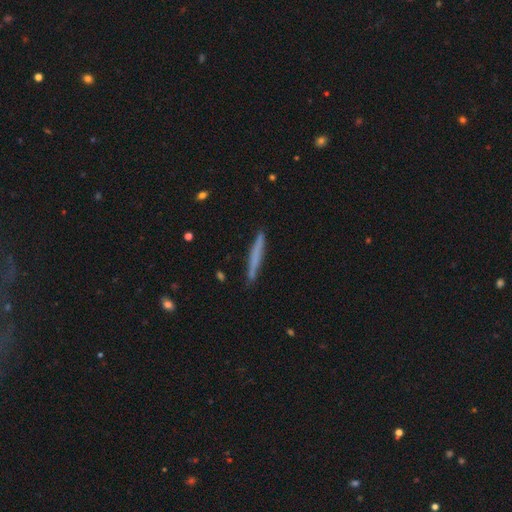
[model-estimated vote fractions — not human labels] This is likely a smooth galaxy (61%). How rounded: clearly cigar-shaped (97%). Merging: clearly none (89%).